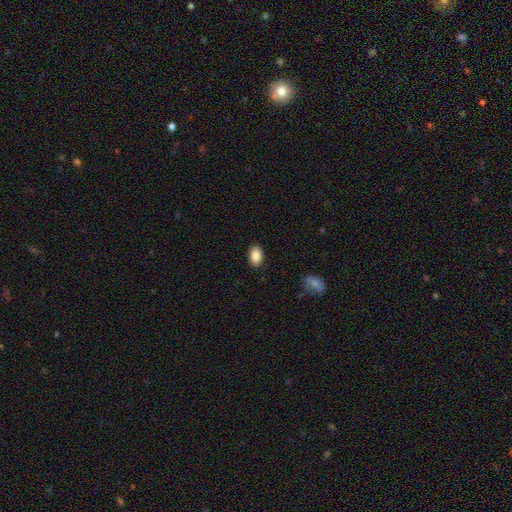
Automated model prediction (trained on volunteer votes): This is clearly a smooth galaxy (87%). How rounded: clearly in between (88%). Merging: clearly none (89%).